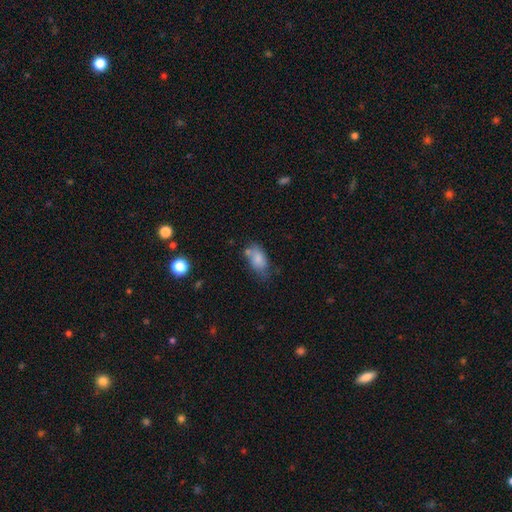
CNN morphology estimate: Q: Smooth or featured?
A: smooth (78%); runner-up: featured or disk (13%)
Q: How rounded?
A: in between (88%); runner-up: round (8%)
Q: Merging?
A: none (52%); runner-up: minor disturbance (26%)